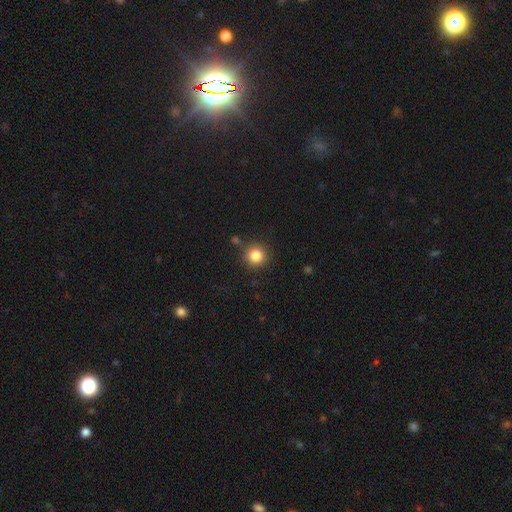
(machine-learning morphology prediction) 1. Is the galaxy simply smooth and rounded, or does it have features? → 84% smooth, 11% star or artifact, 5% featured or disk.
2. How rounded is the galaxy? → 94% round, 5% in between, 1% cigar-shaped.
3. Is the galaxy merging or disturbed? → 85% none, 8% minor disturbance, 4% merger, 3% major disturbance.